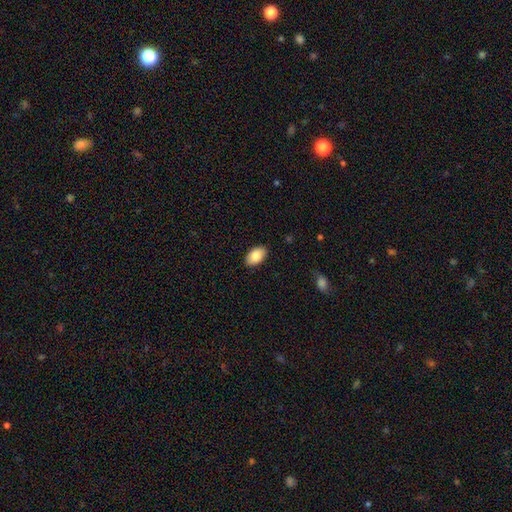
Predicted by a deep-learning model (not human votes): Q: Smooth or featured?
A: smooth (85%); runner-up: featured or disk (8%)
Q: How rounded?
A: in between (93%); runner-up: round (6%)
Q: Merging?
A: none (88%); runner-up: minor disturbance (9%)